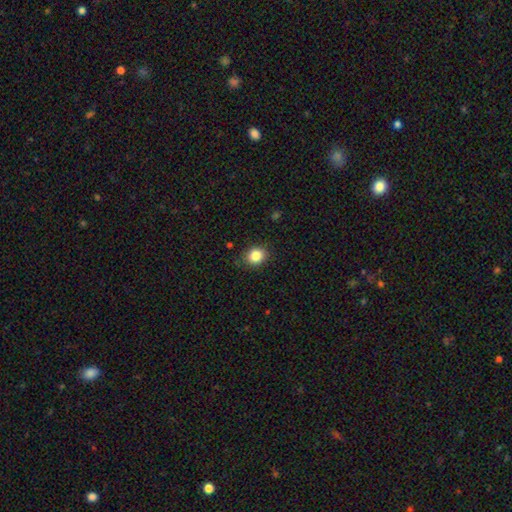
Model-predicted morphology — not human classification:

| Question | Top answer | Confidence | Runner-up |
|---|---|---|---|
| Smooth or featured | smooth | 85% | star or artifact (10%) |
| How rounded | round | 69% | in between (30%) |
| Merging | none | 86% | minor disturbance (10%) |